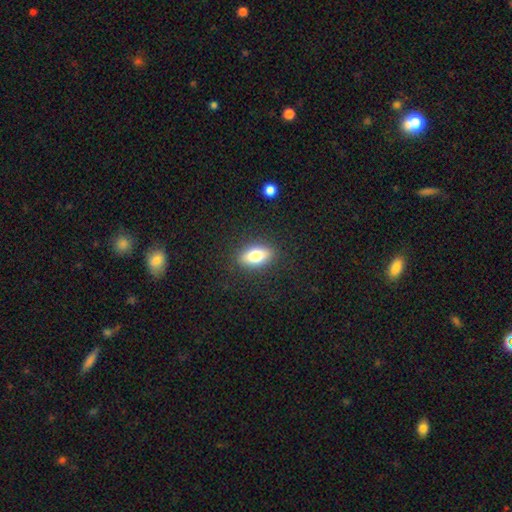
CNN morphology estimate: Q: Smooth or featured?
A: smooth (76%); runner-up: featured or disk (16%)
Q: How rounded?
A: in between (85%); runner-up: cigar-shaped (9%)
Q: Merging?
A: none (87%); runner-up: minor disturbance (9%)